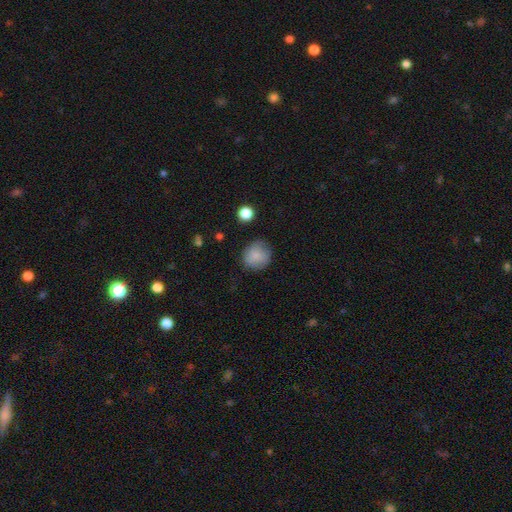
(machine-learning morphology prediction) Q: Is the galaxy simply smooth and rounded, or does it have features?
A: smooth — 83%.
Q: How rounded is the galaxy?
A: round — 82%.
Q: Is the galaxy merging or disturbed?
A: none — 75%.